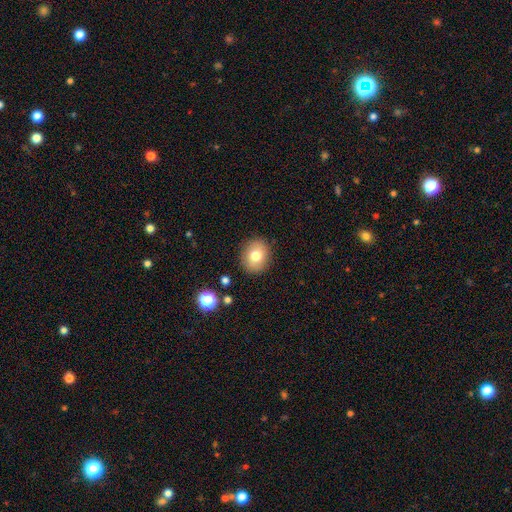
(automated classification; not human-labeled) Morphology: type=smooth (77%); roundness=round (66%); merging=none (88%).